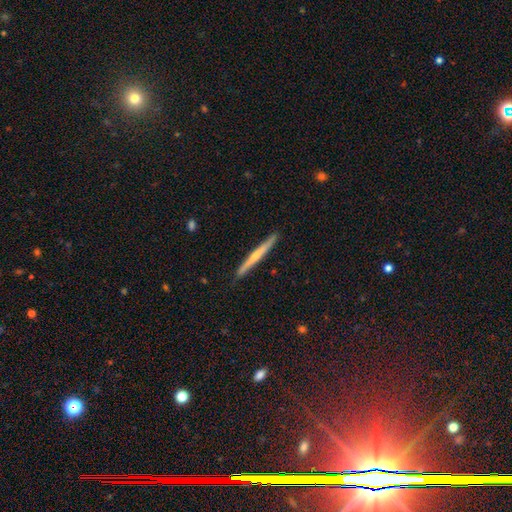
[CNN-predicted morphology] Smooth or featured? featured or disk (55%)
Edge-on disk? yes (97%)
Edge-on bulge? rounded (53%)
Merging? none (90%)